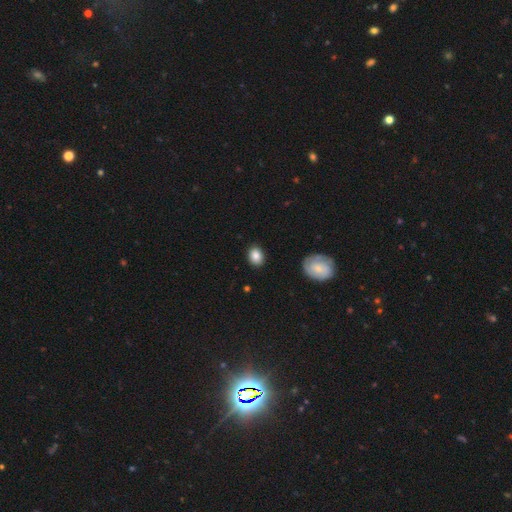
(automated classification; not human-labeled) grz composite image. It shows a smooth galaxy with no disk features (86%) that is in between round and cigar-shaped (60%). Merging: none (87%).